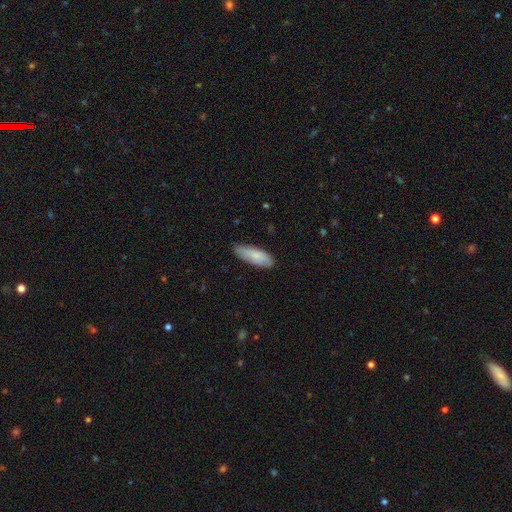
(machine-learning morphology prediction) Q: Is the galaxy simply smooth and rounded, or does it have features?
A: smooth — 81%.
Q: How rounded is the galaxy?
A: in between — 65%.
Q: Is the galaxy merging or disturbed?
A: none — 78%.